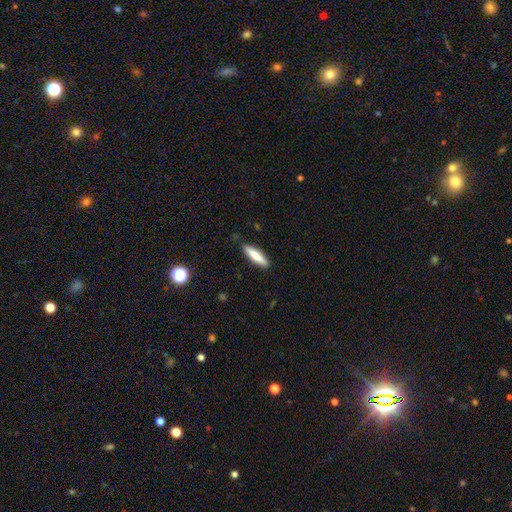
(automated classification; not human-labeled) Morphology: type=smooth (79%); roundness=cigar-shaped (77%); merging=none (87%).